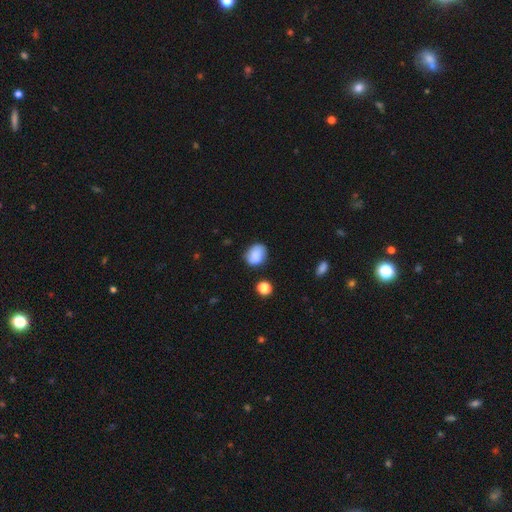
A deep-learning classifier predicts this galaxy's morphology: A smooth galaxy with no disk features (80%) that is in between round and cigar-shaped (55%). Merging: none (65%).